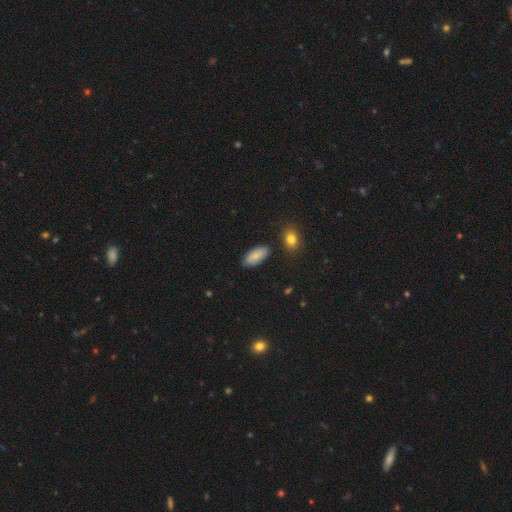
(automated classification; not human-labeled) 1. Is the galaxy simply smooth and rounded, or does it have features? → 79% smooth, 14% featured or disk, 7% star or artifact.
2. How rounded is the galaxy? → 90% in between, 8% cigar-shaped, 2% round.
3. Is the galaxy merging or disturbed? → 82% none, 13% minor disturbance, 3% merger, 2% major disturbance.